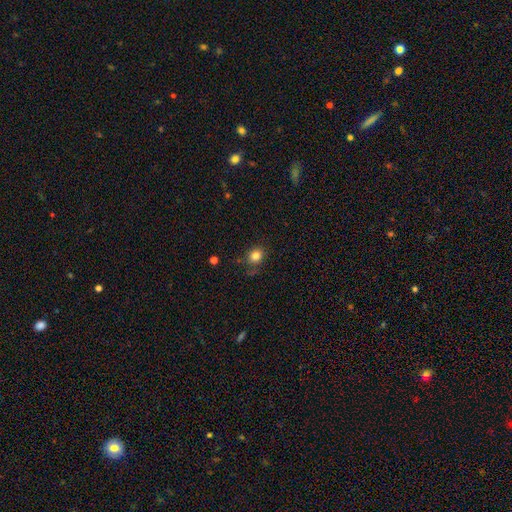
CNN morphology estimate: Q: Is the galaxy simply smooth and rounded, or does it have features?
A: smooth — 82%.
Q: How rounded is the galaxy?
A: round — 73%.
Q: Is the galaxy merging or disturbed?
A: none — 78%.